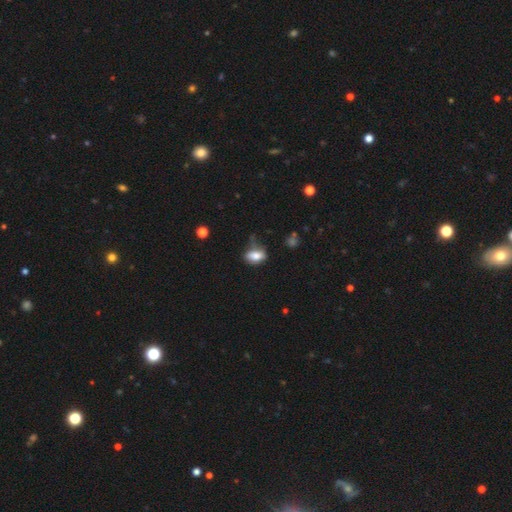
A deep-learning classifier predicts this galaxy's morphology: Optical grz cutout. It shows a smooth galaxy with no disk features (78%) that is in between round and cigar-shaped (85%). Merging: none (49%).